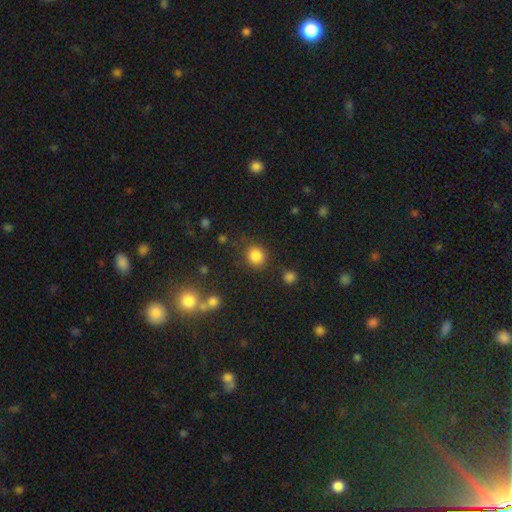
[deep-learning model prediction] Q: Smooth or featured?
A: smooth (84%); runner-up: star or artifact (12%)
Q: How rounded?
A: round (85%); runner-up: in between (14%)
Q: Merging?
A: none (81%); runner-up: minor disturbance (10%)